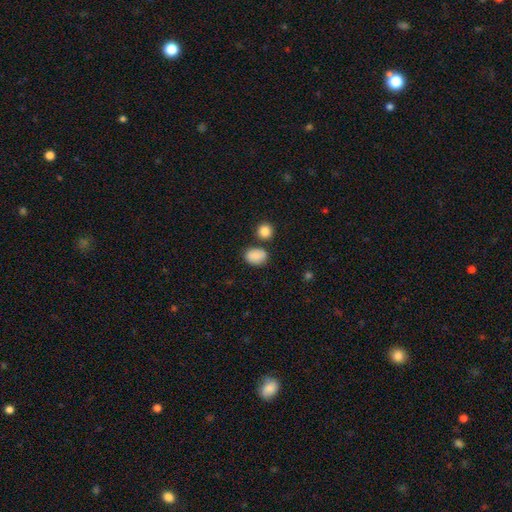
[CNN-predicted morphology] The model was most divided on "how rounded": in between: 74%, round: 24%, cigar-shaped: 1%. More confident: smooth or featured — smooth (86%); merging — none (70%).